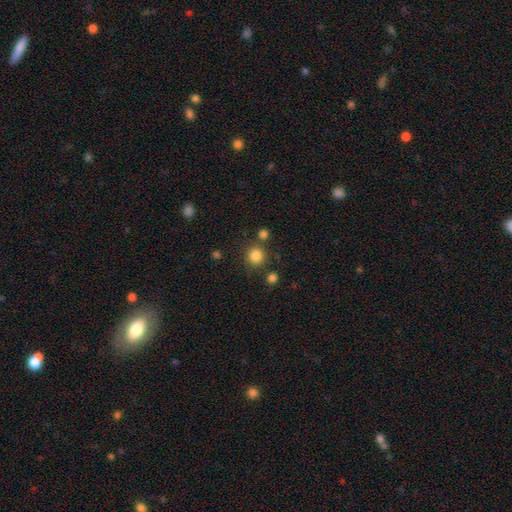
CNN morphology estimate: smooth 83%, star or artifact 12%, featured or disk 5%. Down the decision tree: how rounded — round (92%); merging — none (78%).